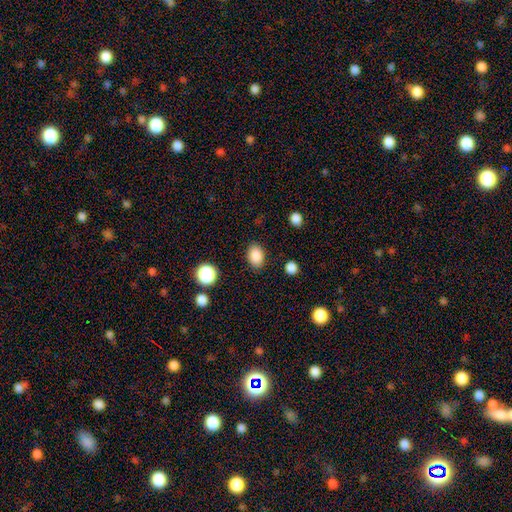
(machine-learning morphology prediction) Smooth or featured? smooth (87%)
How rounded? in between (79%)
Merging? none (86%)